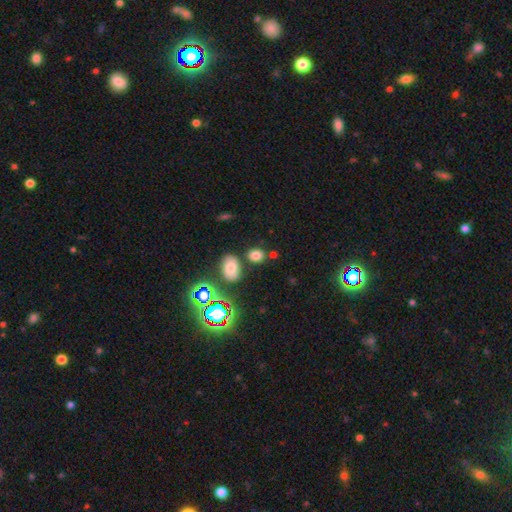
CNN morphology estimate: Smooth or featured: smooth — 75% (star or artifact — 18%)
How rounded: in between — 54% (round — 45%)
Merging: none — 73% (minor disturbance — 12%)